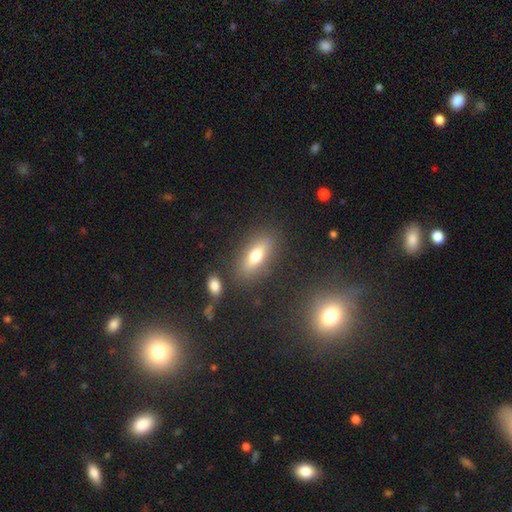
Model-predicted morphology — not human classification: This is likely a smooth galaxy (68%). How rounded: likely in between (71%). Merging: clearly none (81%).